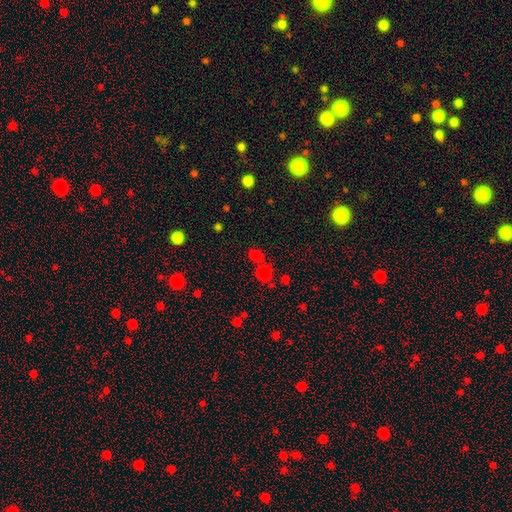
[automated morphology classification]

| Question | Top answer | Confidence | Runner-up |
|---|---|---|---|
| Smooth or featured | smooth | 71% | star or artifact (24%) |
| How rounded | round | 74% | in between (25%) |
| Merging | none | 67% | merger (19%) |